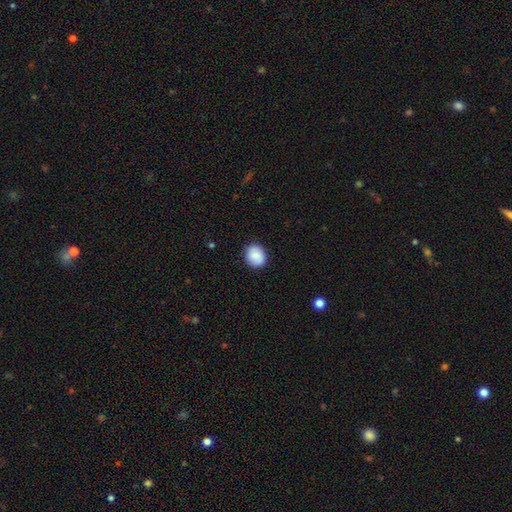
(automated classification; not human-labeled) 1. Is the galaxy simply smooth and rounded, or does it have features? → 85% smooth, 8% featured or disk, 7% star or artifact.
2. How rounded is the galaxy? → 69% round, 30% in between, 1% cigar-shaped.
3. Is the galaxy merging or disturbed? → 88% none, 9% minor disturbance, 2% major disturbance, 1% merger.